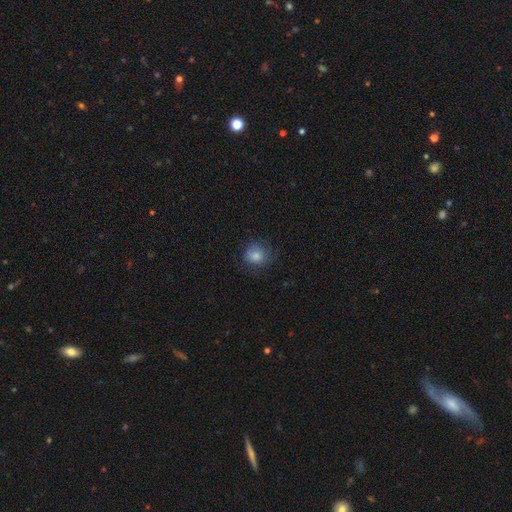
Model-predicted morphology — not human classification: This appears to be a smooth galaxy with no disk features (81%) that is round (73%). Merging: none (65%).